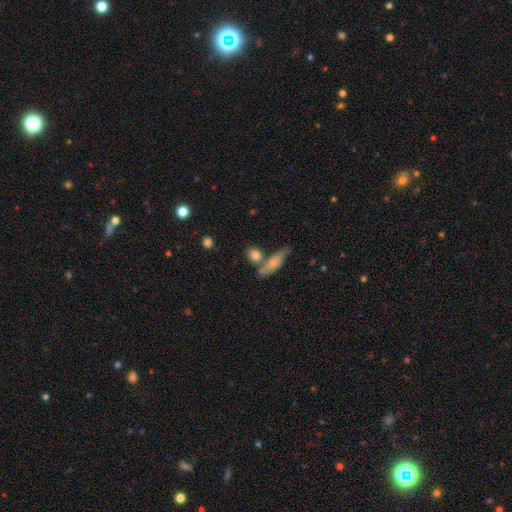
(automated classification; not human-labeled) Smooth or featured?
  - smooth: 80% *
  - featured or disk: 12%
  - star or artifact: 8%
How rounded?
  - round: 47% *
  - in between: 44%
  - cigar-shaped: 9%
Merging?
  - none: 55% *
  - merger: 29%
  - minor disturbance: 12%
  - major disturbance: 4%